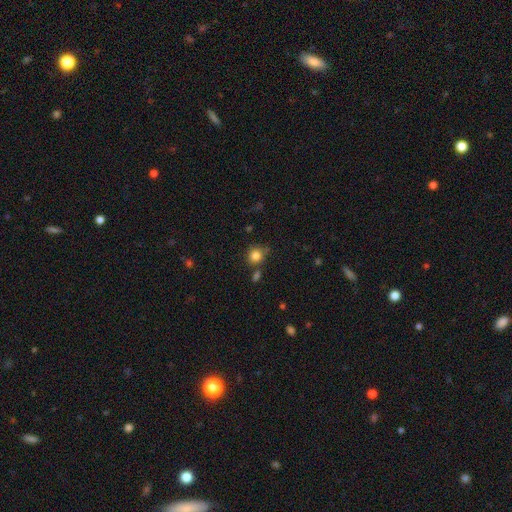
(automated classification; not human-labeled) Smooth or featured? Predicted: smooth (p=0.82). How rounded? Predicted: round (p=0.85). Merging? Predicted: none (p=0.70).